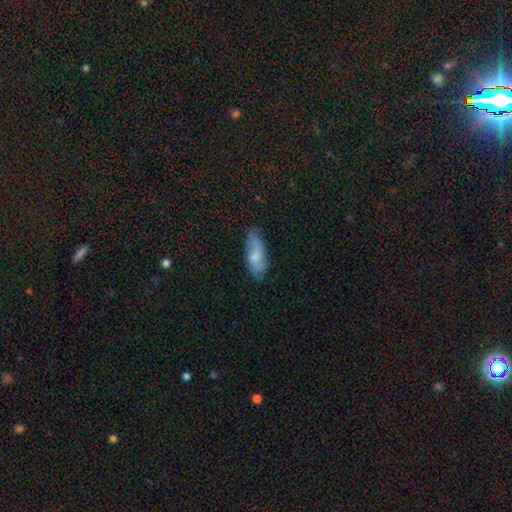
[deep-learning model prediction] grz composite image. It shows a smooth galaxy with no disk features (70%) that is in between round and cigar-shaped (75%). Merging: none (70%).